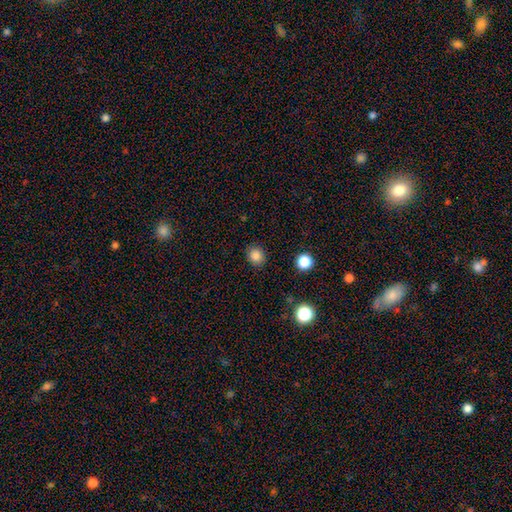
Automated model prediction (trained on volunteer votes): Smooth or featured? Predicted: smooth (p=0.84). How rounded? Predicted: round (p=0.76). Merging? Predicted: none (p=0.89).